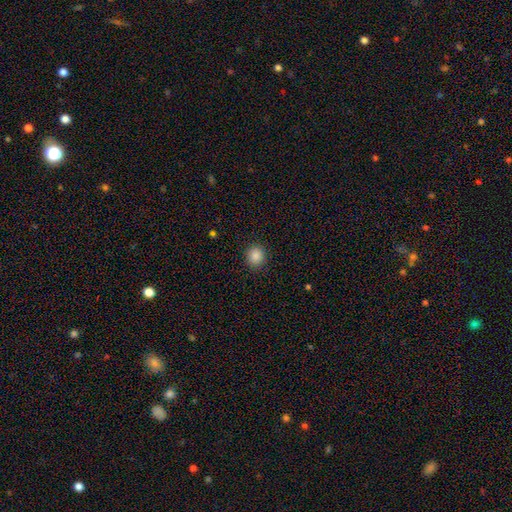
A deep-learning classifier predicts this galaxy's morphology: This is clearly a smooth galaxy (88%). How rounded: likely round (77%). Merging: clearly none (90%).